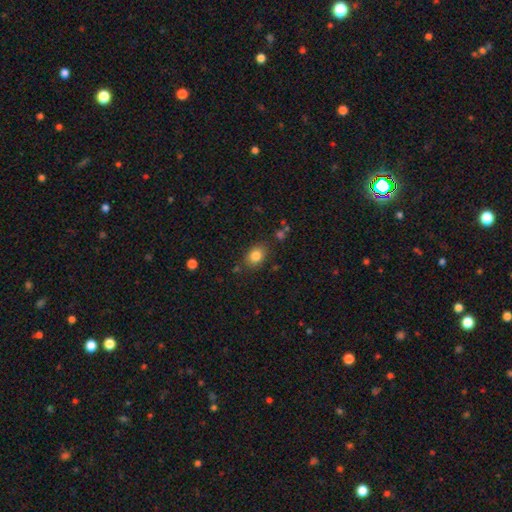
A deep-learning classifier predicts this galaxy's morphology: This appears to be a smooth galaxy with no disk features (84%) that is in between round and cigar-shaped (66%). Merging: none (80%).